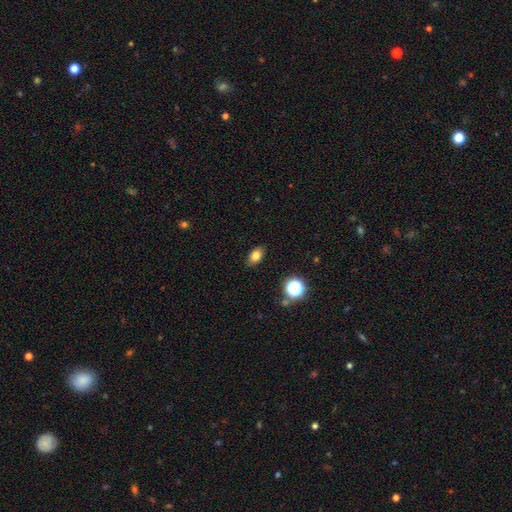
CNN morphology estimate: This appears to be a smooth galaxy with no disk features (79%) that is in between round and cigar-shaped (83%). Merging: none (86%).